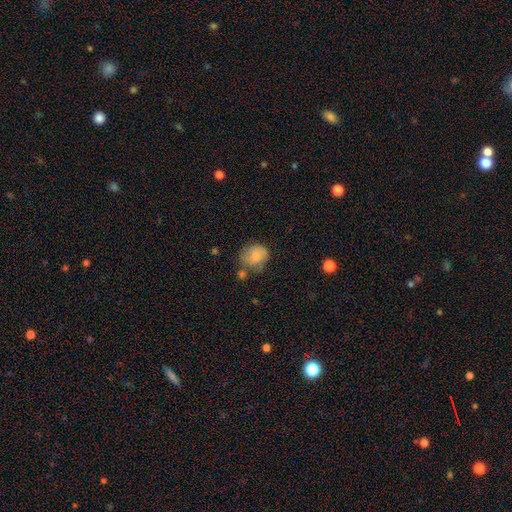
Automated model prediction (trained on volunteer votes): Morphology: type=smooth (70%); roundness=round (65%); merging=none (55%).